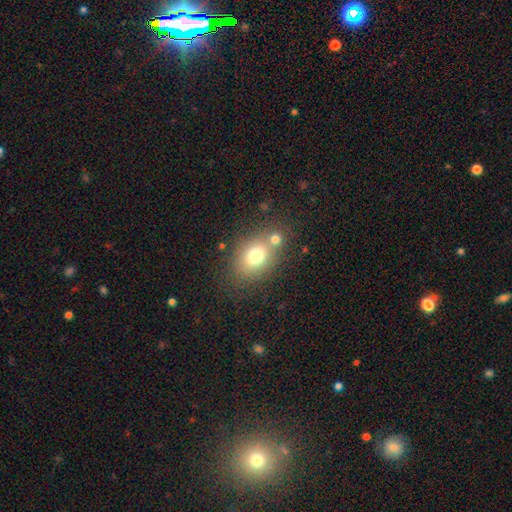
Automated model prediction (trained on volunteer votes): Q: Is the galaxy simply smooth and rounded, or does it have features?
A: smooth — 73%.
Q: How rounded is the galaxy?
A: in between — 61%.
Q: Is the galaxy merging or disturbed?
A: none — 53%.